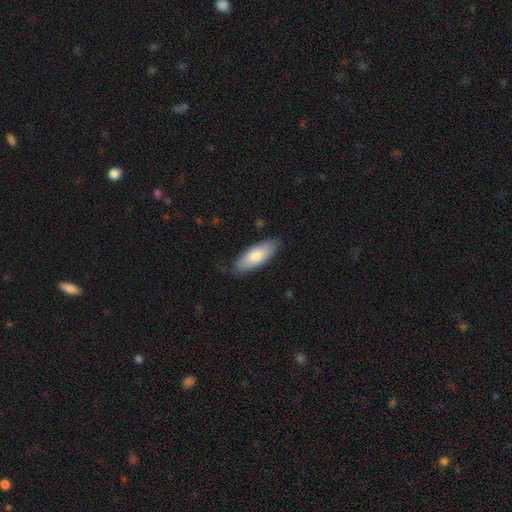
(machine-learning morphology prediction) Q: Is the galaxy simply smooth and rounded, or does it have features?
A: smooth — 78%.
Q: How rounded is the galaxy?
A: in between — 73%.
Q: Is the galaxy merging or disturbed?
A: none — 82%.